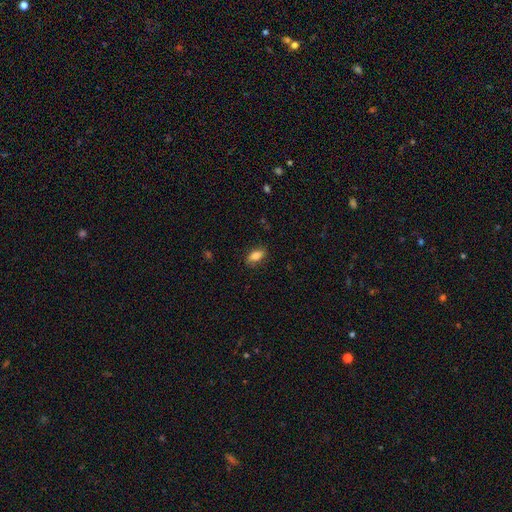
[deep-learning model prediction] Smooth or featured?
  - smooth: 79% *
  - featured or disk: 13%
  - star or artifact: 8%
How rounded?
  - in between: 85% *
  - cigar-shaped: 11%
  - round: 5%
Merging?
  - none: 84% *
  - minor disturbance: 13%
  - major disturbance: 3%
  - merger: 1%